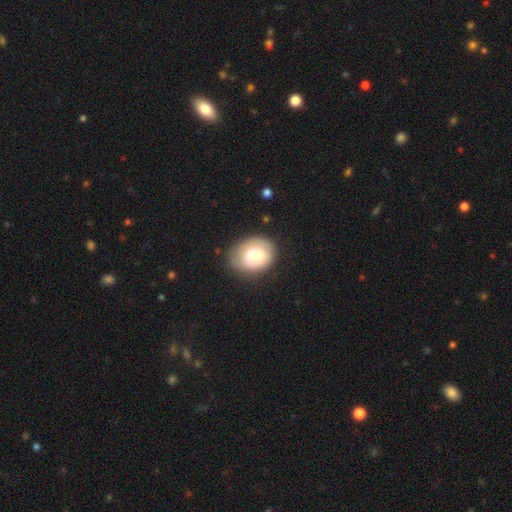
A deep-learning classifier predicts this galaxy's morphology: Smooth or featured? smooth (63%)
How rounded? in between (55%)
Merging? none (70%)